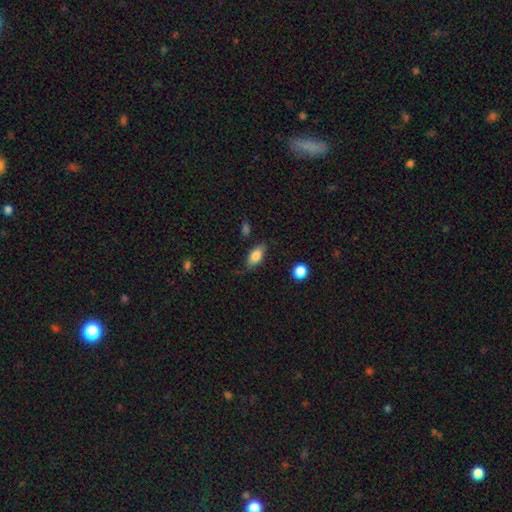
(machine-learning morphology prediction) type=smooth (80%); roundness=in between (87%); merging=none (73%).